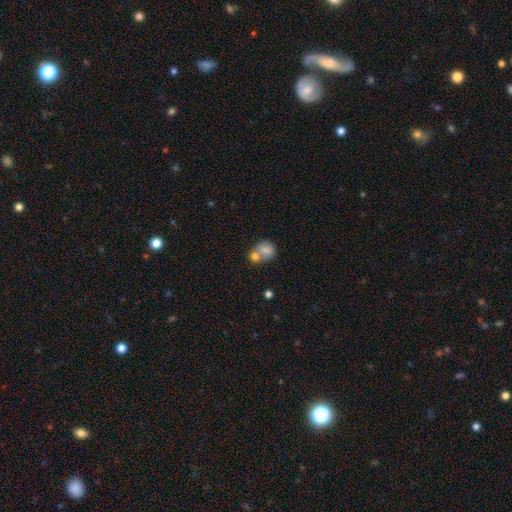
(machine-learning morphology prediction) A smooth galaxy with no disk features (75%) that is in between round and cigar-shaped (50%). Merging: merger (57%).